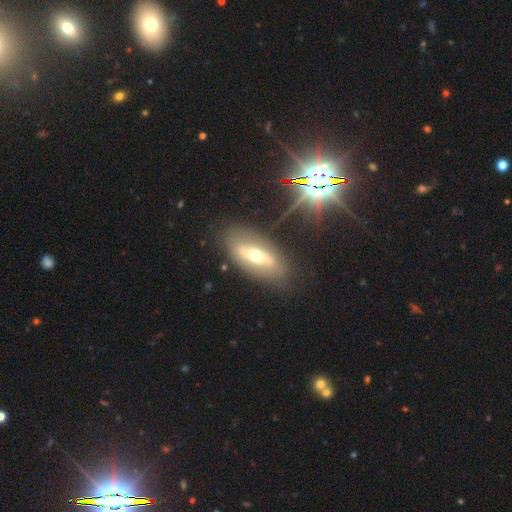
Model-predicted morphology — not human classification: Smooth or featured? featured or disk (48%)
Merging? none (80%)